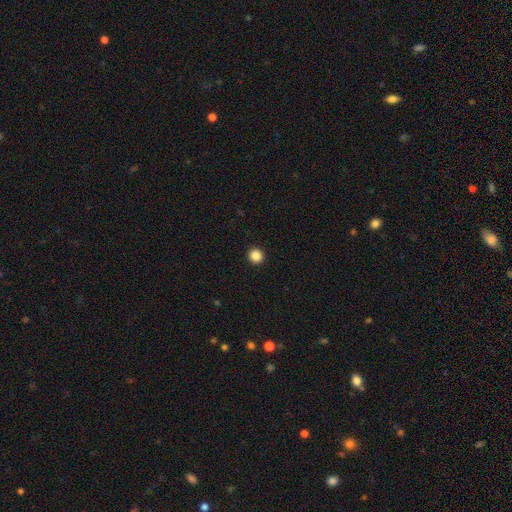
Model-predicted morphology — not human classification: This appears to be a smooth galaxy with no disk features (87%) that is round (95%). Merging: none (94%).